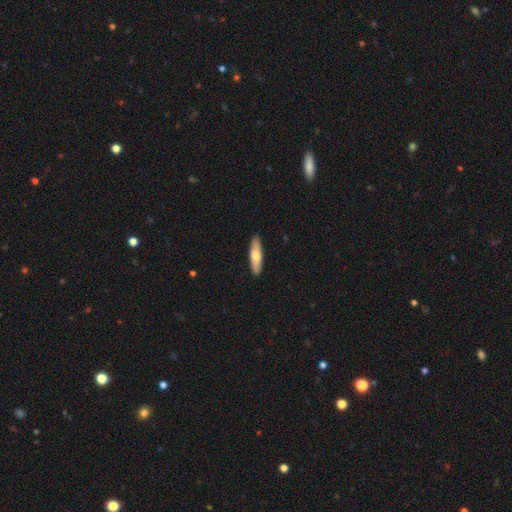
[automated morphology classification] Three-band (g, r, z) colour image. It shows a smooth galaxy with no disk features (66%) that is cigar-shaped (67%). Merging: none (89%).